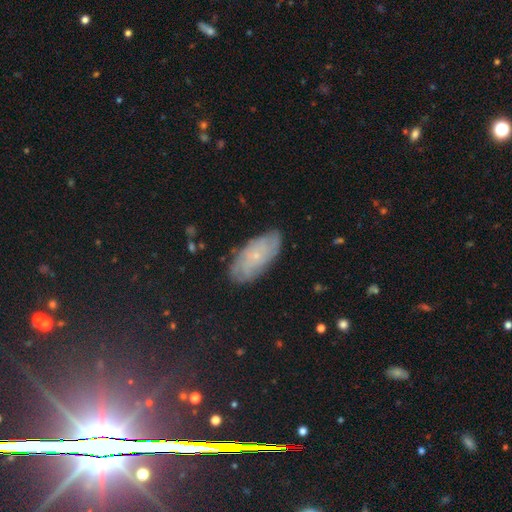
smooth-or-featured: featured or disk: 72% | smooth: 28% | star or artifact: 0%
  disk-edge-on: no: 96% | yes: 4%
    bar: no: 89% | weak: 11% | strong: 0%
    has-spiral-arms: yes: 81% | no: 19%
      spiral-winding: tight: 64% | medium: 23% | loose: 14%
      spiral-arm-count: can't tell: 64% | more than 4: 23% | 4: 14% | 1: 0% | 2: 0% | 3: 0%
    bulge-size: small: 93% | moderate: 7% | dominant: 0% | large: 0% | none: 0%
  merging: none: 77% | minor disturbance: 15% | major disturbance: 8% | merger: 0%